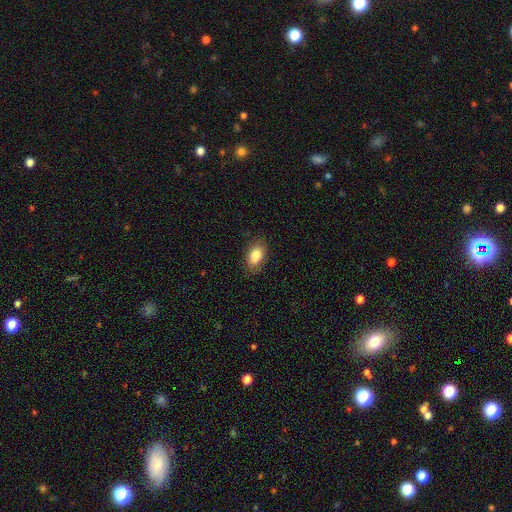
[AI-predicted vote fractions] Overall: smooth (84%). How rounded: in between (90%). Merging: none (86%).